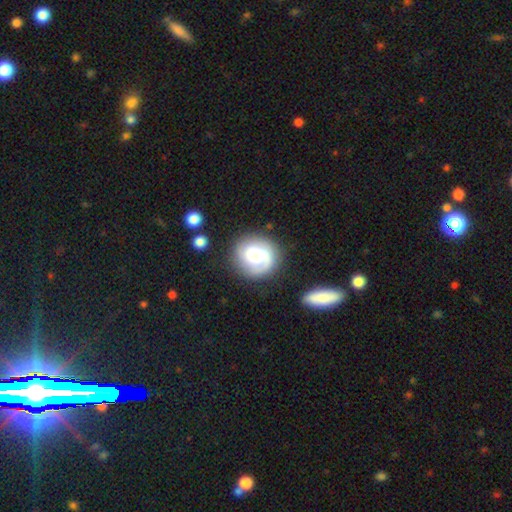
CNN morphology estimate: Smooth or featured? Predicted: featured or disk (p=0.60). Edge-on disk? Predicted: no (p=0.97). Bar? Predicted: no (p=0.49). Spiral arms? Predicted: yes (p=0.91). Spiral winding? Predicted: medium (p=0.41). Spiral arm count? Predicted: 2 (p=0.55). Bulge size? Predicted: moderate (p=0.50). Merging? Predicted: none (p=0.77).